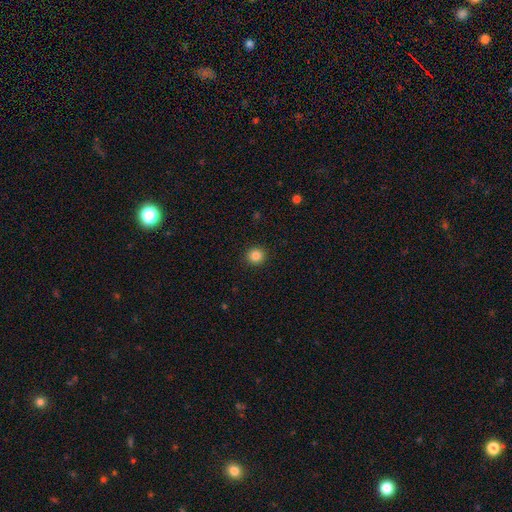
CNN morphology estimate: A smooth galaxy with no disk features (85%) that is round (94%).

Vote fractions:
- Smooth or featured? smooth: 85% / star or artifact: 11% / featured or disk: 4%
- How rounded? round: 94% / in between: 5% / cigar-shaped: 1%
- Merging? none: 93% / minor disturbance: 5% / major disturbance: 2% / merger: 1%